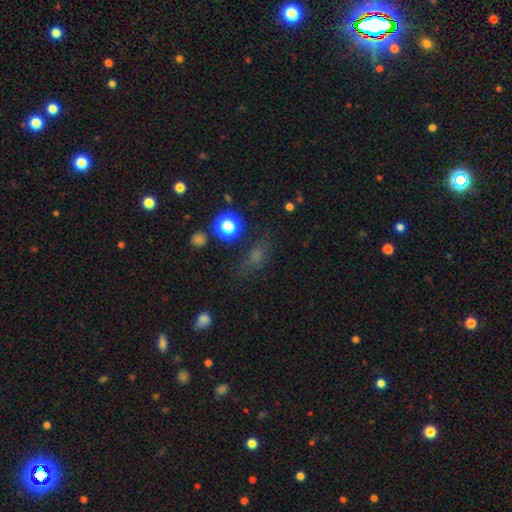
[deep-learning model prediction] smooth 47%, star or artifact 36%, featured or disk 17%. Down the decision tree: merging — none (66%).